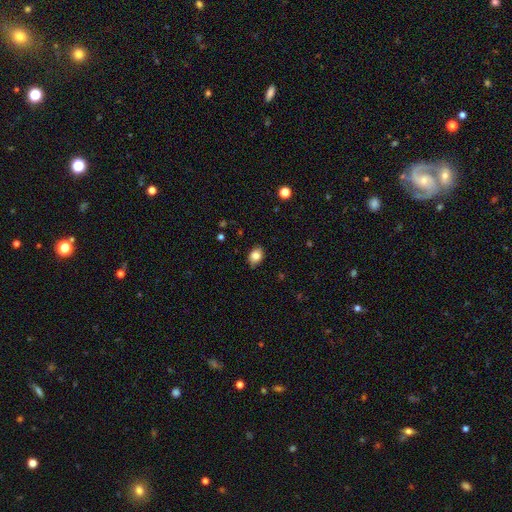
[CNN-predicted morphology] A smooth galaxy with no disk features (84%) that is in between round and cigar-shaped (68%).

Vote fractions:
- Smooth or featured? smooth: 84% / star or artifact: 9% / featured or disk: 8%
- How rounded? in between: 68% / round: 30% / cigar-shaped: 1%
- Merging? none: 82% / minor disturbance: 15% / major disturbance: 2% / merger: 1%